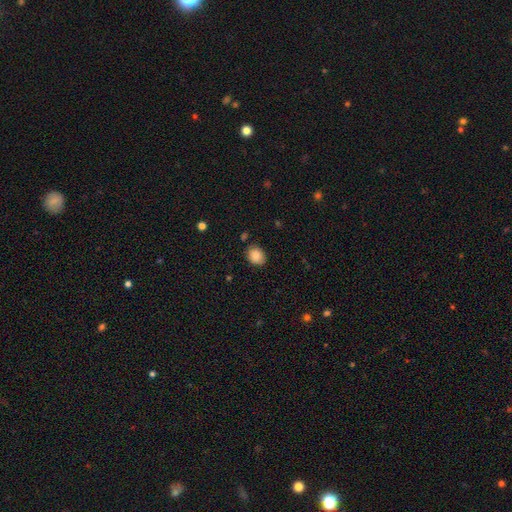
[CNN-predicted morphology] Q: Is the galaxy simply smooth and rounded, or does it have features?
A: smooth — 87%.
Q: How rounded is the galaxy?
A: in between — 50%.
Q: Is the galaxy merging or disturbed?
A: none — 84%.